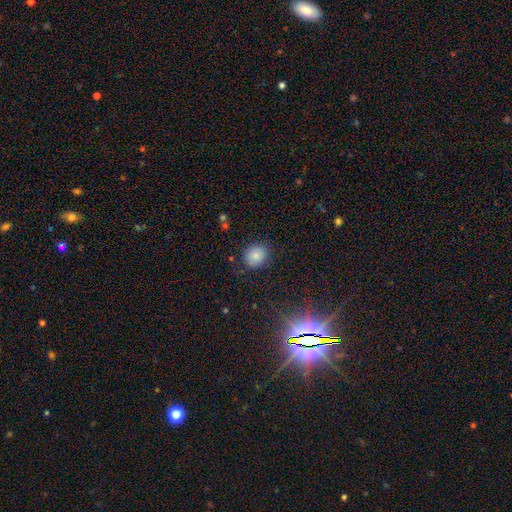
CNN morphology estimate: Overall: smooth (81%). How rounded: round (67%; in between 32%). Merging: none (84%).